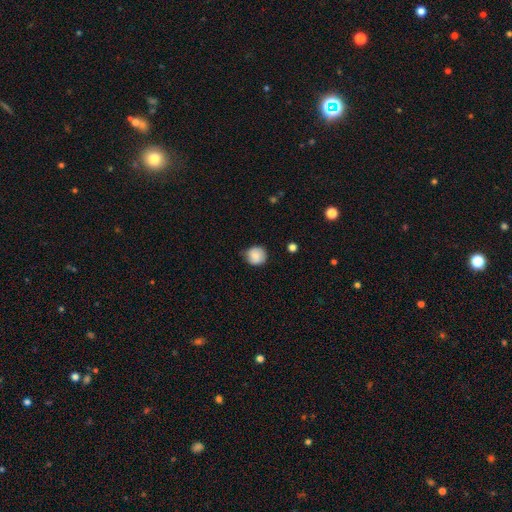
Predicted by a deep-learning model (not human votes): Smooth or featured? Predicted: smooth (p=0.83). How rounded? Predicted: round (p=0.89). Merging? Predicted: none (p=0.75).